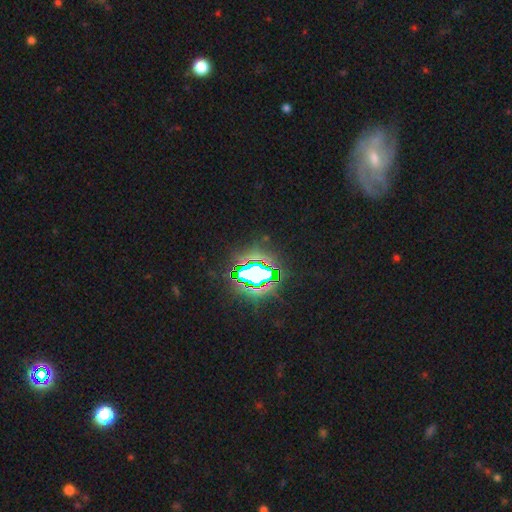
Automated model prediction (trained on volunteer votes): A star or artifact, not a galaxy (76%).

Vote fractions:
- Smooth or featured? star or artifact: 76% / smooth: 12% / featured or disk: 11%